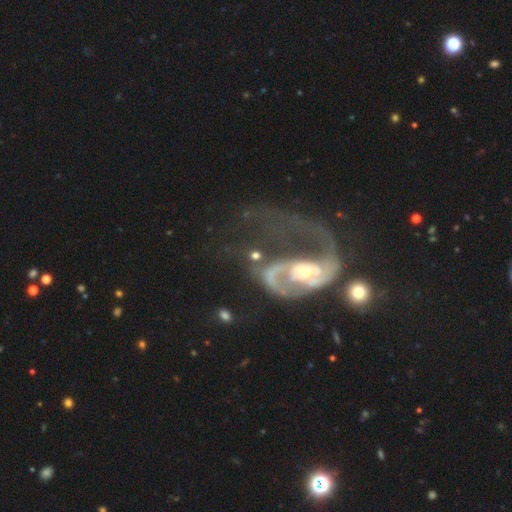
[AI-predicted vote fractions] Smooth or featured: featured or disk — 55% (smooth — 32%)
Edge-on disk: no — 94% (yes — 6%)
Bar: no — 60% (weak — 26%)
Spiral arms: yes — 71% (no — 29%)
Bulge size: moderate — 48% (small — 38%)
Merging: none — 36% (major disturbance — 32%)